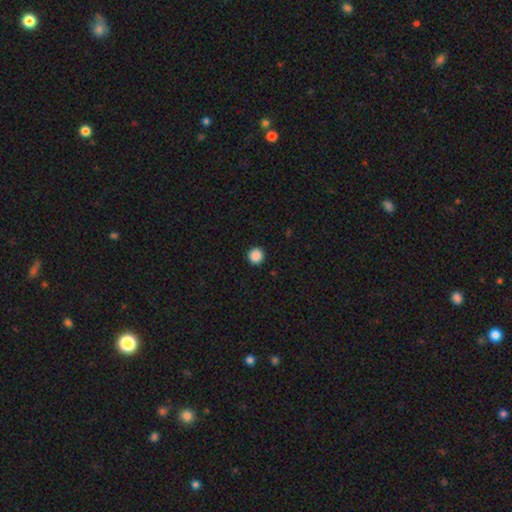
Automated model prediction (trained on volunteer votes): smooth-or-featured: smooth: 88% | star or artifact: 10% | featured or disk: 2%
  how-rounded: round: 96% | in between: 3% | cigar-shaped: 1%
  merging: none: 93% | minor disturbance: 5% | major disturbance: 2% | merger: 1%